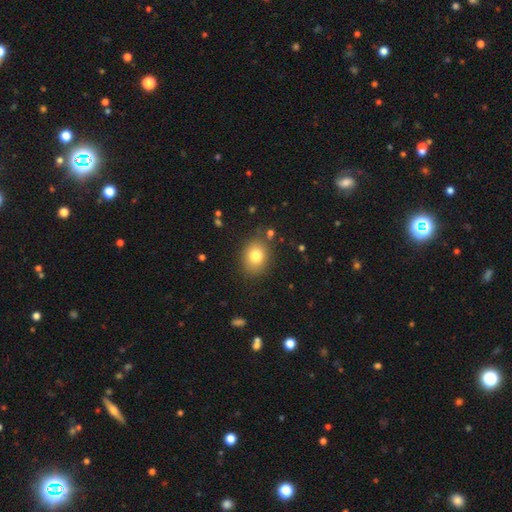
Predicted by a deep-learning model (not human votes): Smooth or featured? smooth (80%)
How rounded? round (51%)
Merging? none (82%)